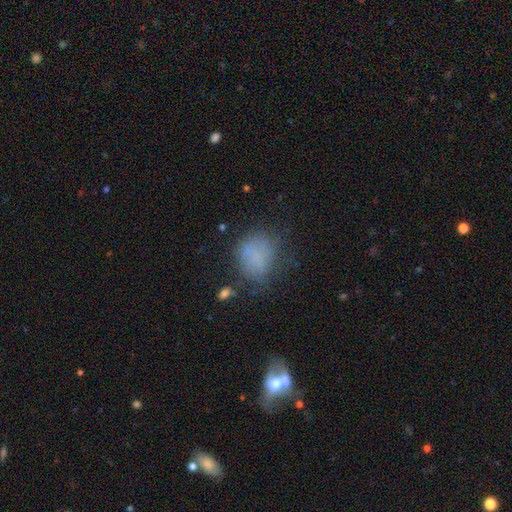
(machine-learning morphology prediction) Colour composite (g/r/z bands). It shows a smooth galaxy with no disk features (67%) that is round (51%). Merging: none (50%).